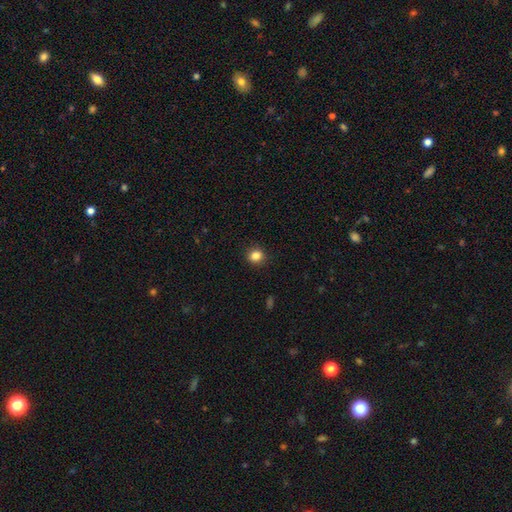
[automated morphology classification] smooth 85%, star or artifact 11%, featured or disk 4%. Down the decision tree: how rounded — round (77%); merging — none (89%).